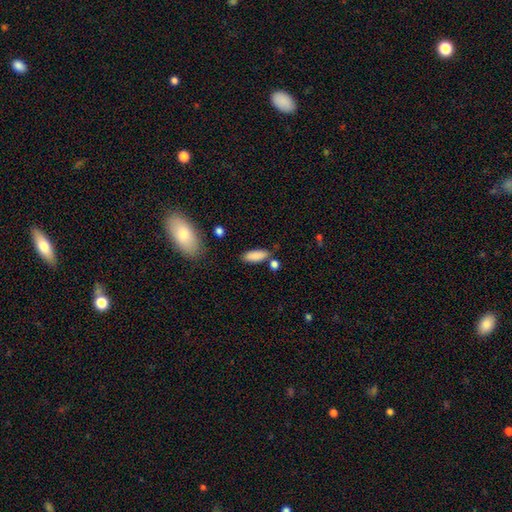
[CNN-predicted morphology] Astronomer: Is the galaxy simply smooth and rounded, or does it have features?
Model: smooth — 87%.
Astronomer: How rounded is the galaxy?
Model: in between — 76%.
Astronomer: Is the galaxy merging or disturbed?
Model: none — 75%.